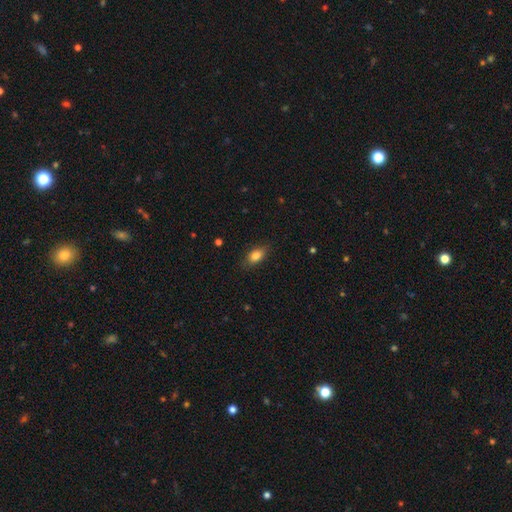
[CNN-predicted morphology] Smooth or featured: smooth — 82% (featured or disk — 10%)
How rounded: in between — 84% (round — 10%)
Merging: none — 83% (minor disturbance — 13%)